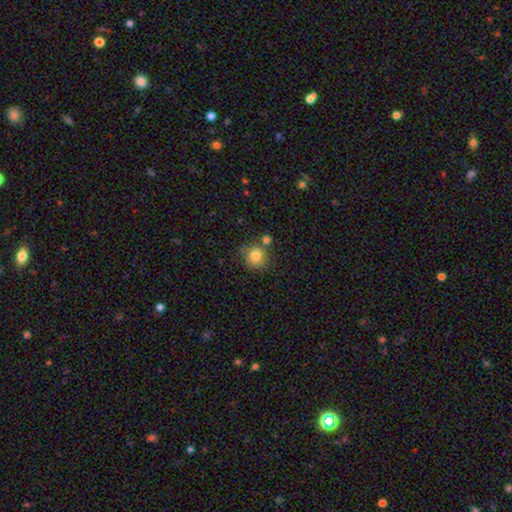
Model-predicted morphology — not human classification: Smooth or featured: smooth — 81% (star or artifact — 11%)
How rounded: round — 88% (in between — 11%)
Merging: none — 67% (merger — 15%)